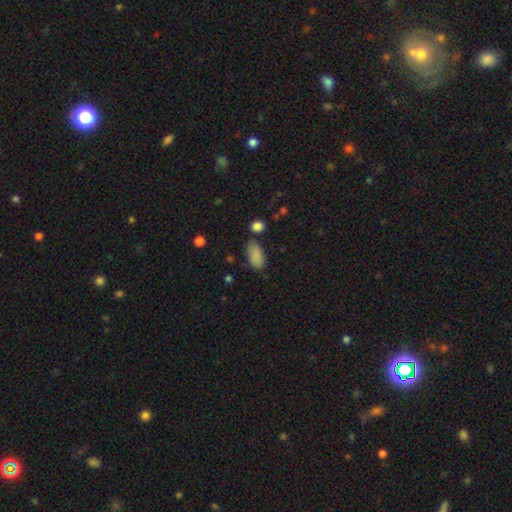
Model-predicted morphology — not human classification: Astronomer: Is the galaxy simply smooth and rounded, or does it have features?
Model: smooth — 87%.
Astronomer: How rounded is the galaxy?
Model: in between — 92%.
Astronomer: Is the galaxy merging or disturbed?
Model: none — 68%.